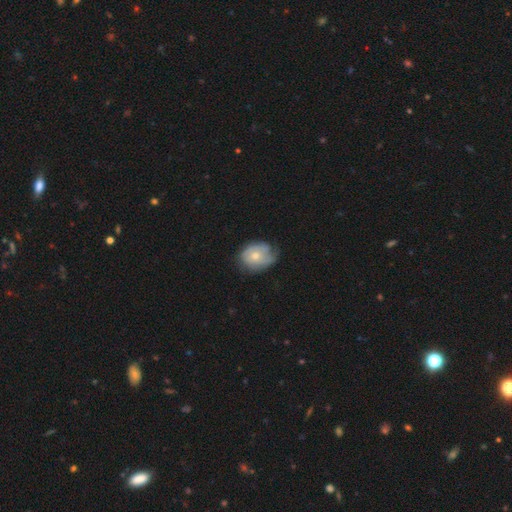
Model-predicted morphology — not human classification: smooth-or-featured: smooth: 50% | featured or disk: 43% | star or artifact: 7%
  how-rounded: in between: 53% | round: 46% | cigar-shaped: 1%
  merging: none: 53% | minor disturbance: 34% | major disturbance: 11% | merger: 1%